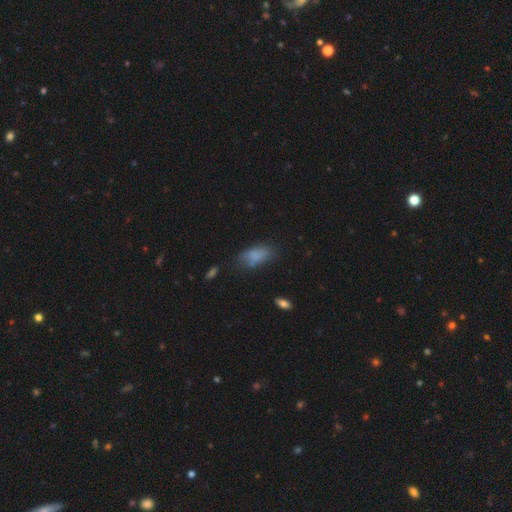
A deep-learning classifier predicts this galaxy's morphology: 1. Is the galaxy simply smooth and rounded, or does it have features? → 77% smooth, 13% featured or disk, 10% star or artifact.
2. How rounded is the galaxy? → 88% in between, 8% cigar-shaped, 4% round.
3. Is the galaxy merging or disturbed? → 56% none, 28% minor disturbance, 11% major disturbance, 6% merger.